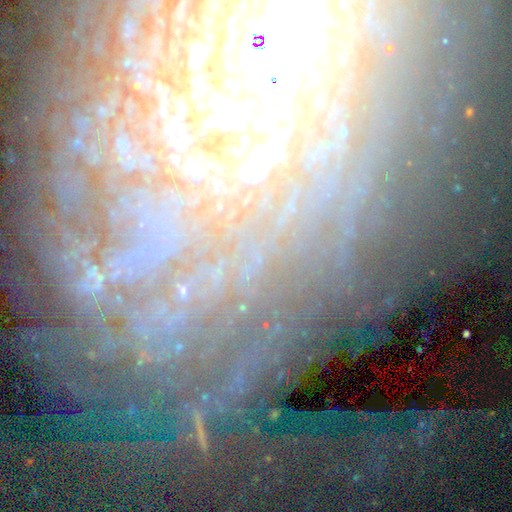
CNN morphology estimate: The model was most divided on "smooth or featured": star or artifact: 46%, featured or disk: 42%, smooth: 13%.